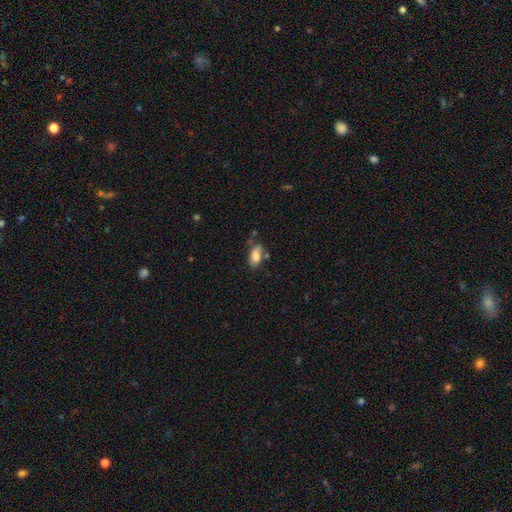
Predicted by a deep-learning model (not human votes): Smooth or featured? smooth (79%)
How rounded? in between (89%)
Merging? none (51%)